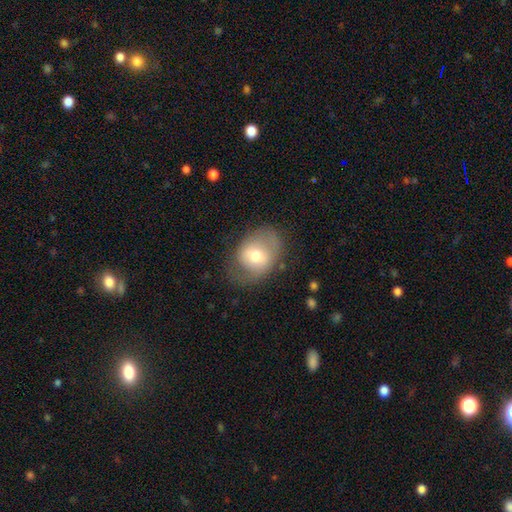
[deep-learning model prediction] smooth_or_featured: smooth (p=0.57) [alt: featured or disk p=0.35]
how_rounded: in between (p=0.63) [alt: round p=0.36]
merging: none (p=0.61) [alt: minor disturbance p=0.24]